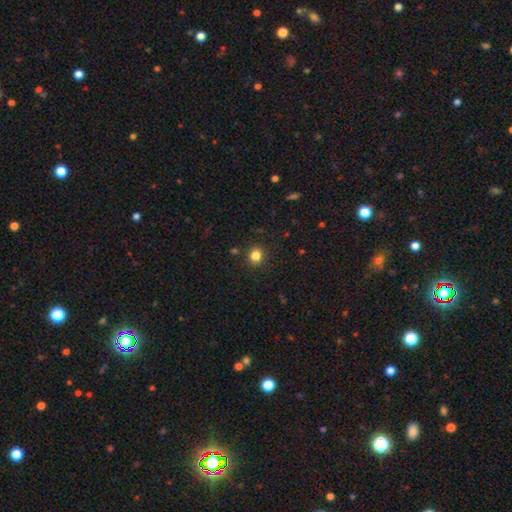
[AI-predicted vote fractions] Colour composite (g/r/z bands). It shows a smooth galaxy with no disk features (83%) that is round (74%). Merging: none (88%).